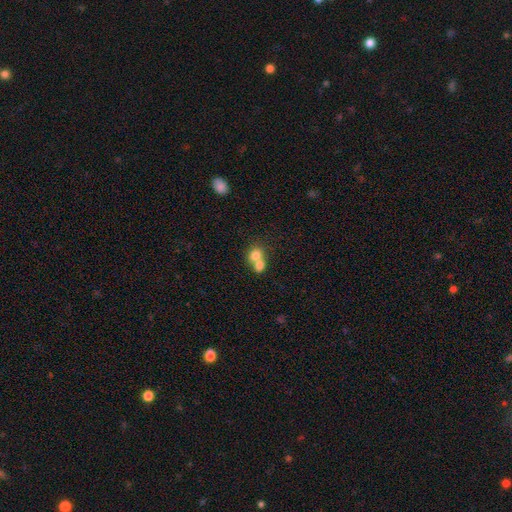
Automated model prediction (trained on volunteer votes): Smooth or featured? smooth (76%)
How rounded? round (60%)
Merging? merger (68%)